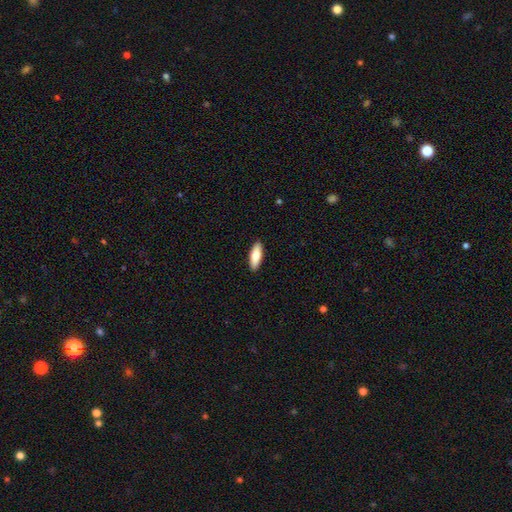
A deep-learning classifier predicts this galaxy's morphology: Q: Smooth or featured?
A: smooth (77%); runner-up: featured or disk (18%)
Q: How rounded?
A: in between (58%); runner-up: cigar-shaped (40%)
Q: Merging?
A: none (91%); runner-up: minor disturbance (7%)